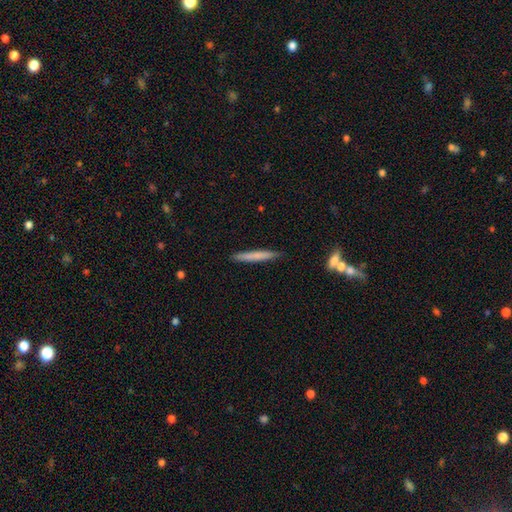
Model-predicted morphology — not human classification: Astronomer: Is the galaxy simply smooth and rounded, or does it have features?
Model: smooth — 68%.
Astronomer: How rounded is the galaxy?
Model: cigar-shaped — 96%.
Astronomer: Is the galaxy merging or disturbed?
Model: none — 89%.